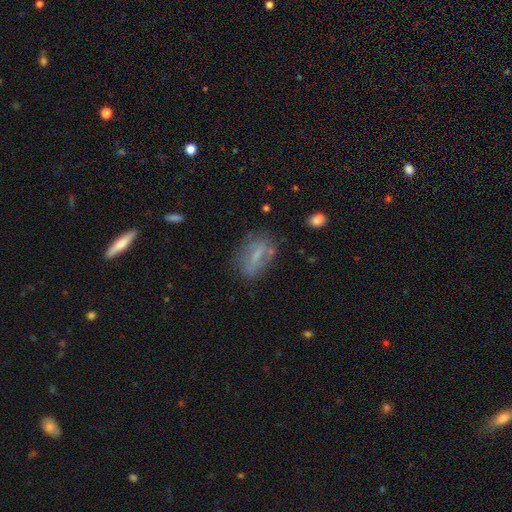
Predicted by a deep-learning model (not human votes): Smooth or featured?
  - smooth: 47% *
  - featured or disk: 42%
  - star or artifact: 10%
Merging?
  - none: 64% *
  - minor disturbance: 21%
  - major disturbance: 10%
  - merger: 4%